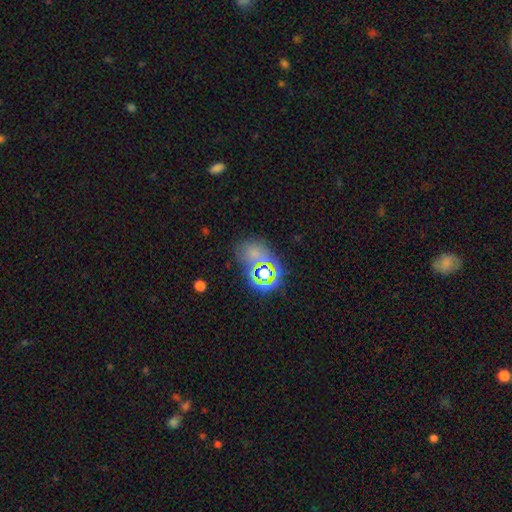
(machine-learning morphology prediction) Smooth or featured?
  - star or artifact: 52% *
  - smooth: 34%
  - featured or disk: 14%